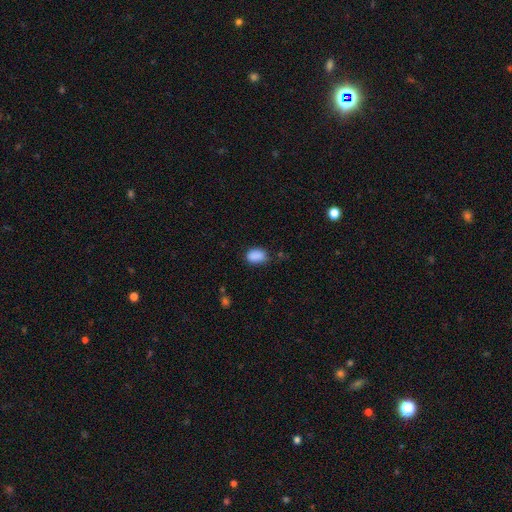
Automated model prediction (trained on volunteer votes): Overall: smooth (87%). How rounded: in between (81%). Merging: none (68%).